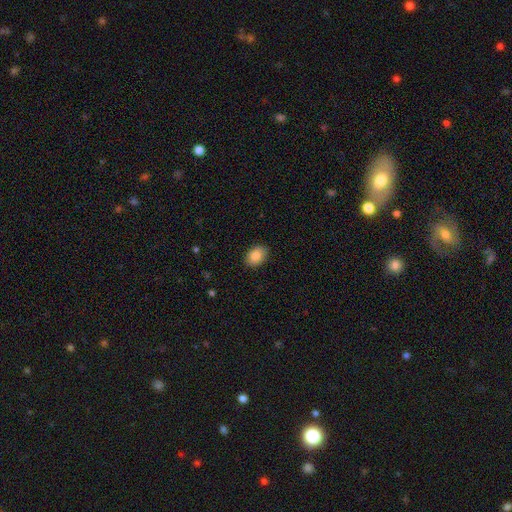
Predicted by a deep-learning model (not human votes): A smooth galaxy with no disk features (85%) that is in between round and cigar-shaped (76%). Merging: none (89%).